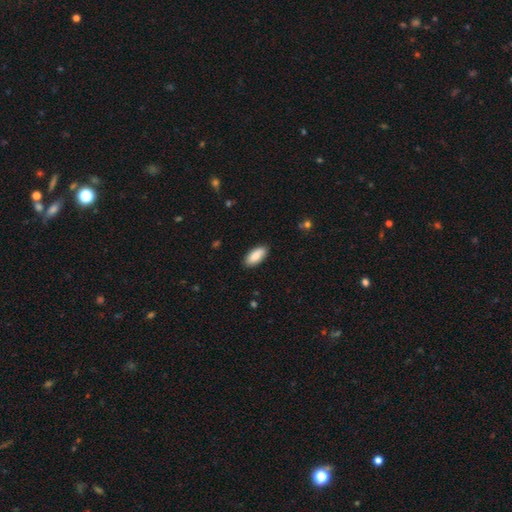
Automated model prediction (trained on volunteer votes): A smooth galaxy with no disk features (87%) that is in between round and cigar-shaped (87%). Merging: none (88%).